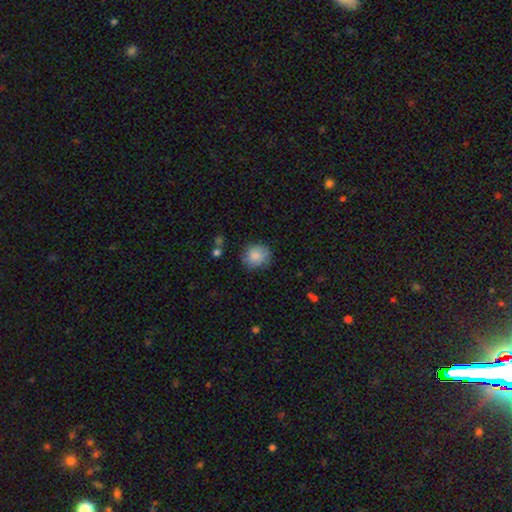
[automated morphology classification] Smooth or featured? Predicted: smooth (p=0.84). How rounded? Predicted: round (p=0.78). Merging? Predicted: none (p=0.78).